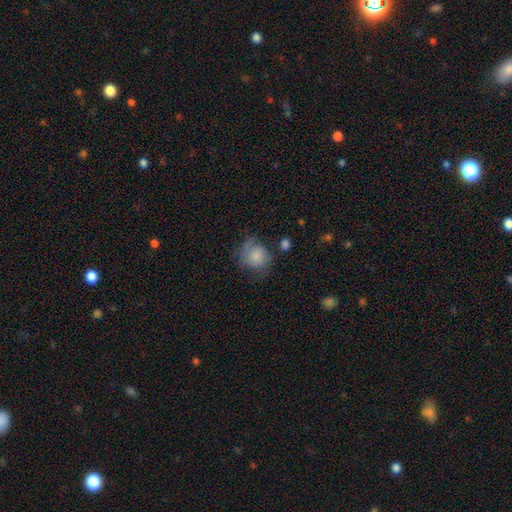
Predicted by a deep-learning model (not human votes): Smooth or featured: smooth — 70% (featured or disk — 22%)
How rounded: round — 77% (in between — 22%)
Merging: none — 51% (minor disturbance — 29%)